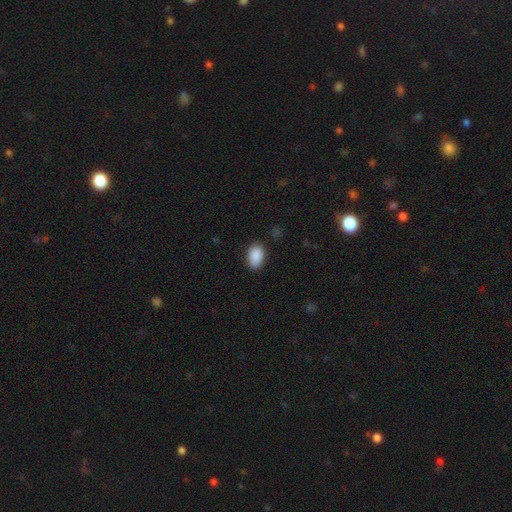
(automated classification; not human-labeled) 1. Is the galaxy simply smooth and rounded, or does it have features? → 90% smooth, 7% star or artifact, 3% featured or disk.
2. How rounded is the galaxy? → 89% in between, 10% round, 1% cigar-shaped.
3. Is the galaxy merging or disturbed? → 82% none, 14% minor disturbance, 3% major disturbance, 1% merger.